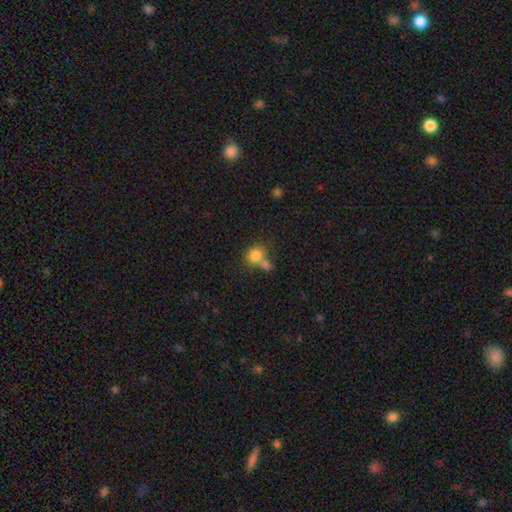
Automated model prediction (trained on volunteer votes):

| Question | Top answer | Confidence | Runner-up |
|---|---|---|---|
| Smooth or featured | smooth | 81% | star or artifact (10%) |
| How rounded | round | 56% | in between (43%) |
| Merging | merger | 44% | none (39%) |